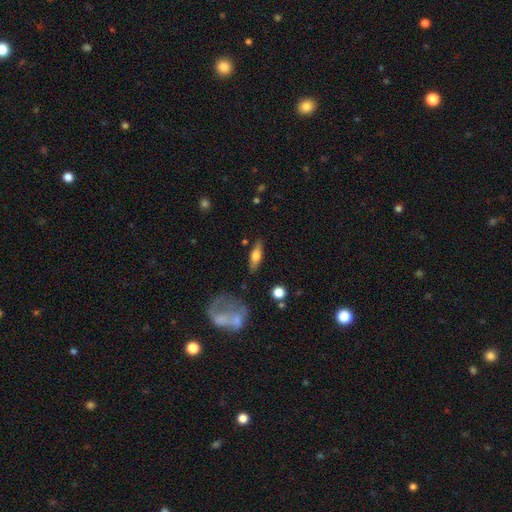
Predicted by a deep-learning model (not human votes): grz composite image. It shows a smooth galaxy with no disk features (48%). Merging: none (82%).